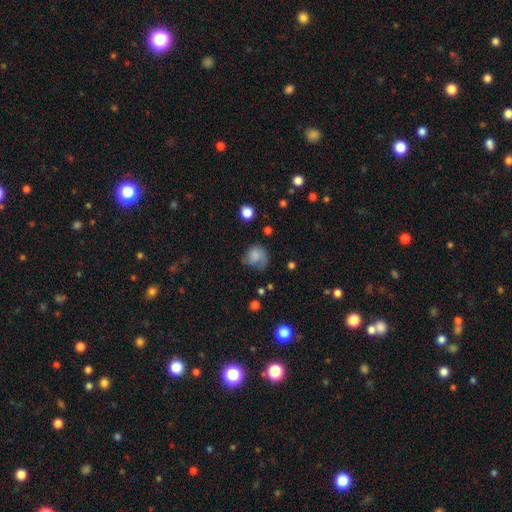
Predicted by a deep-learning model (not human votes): Q: Smooth or featured?
A: smooth (70%); runner-up: featured or disk (19%)
Q: How rounded?
A: round (68%); runner-up: in between (31%)
Q: Merging?
A: none (42%); runner-up: minor disturbance (30%)